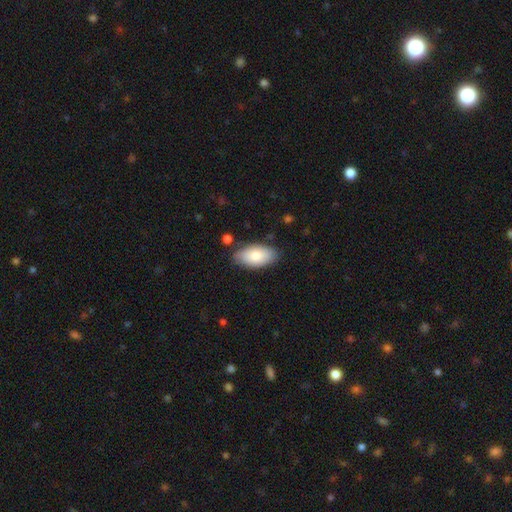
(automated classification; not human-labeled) A smooth galaxy with no disk features (81%) that is in between round and cigar-shaped (94%). Merging: none (79%).